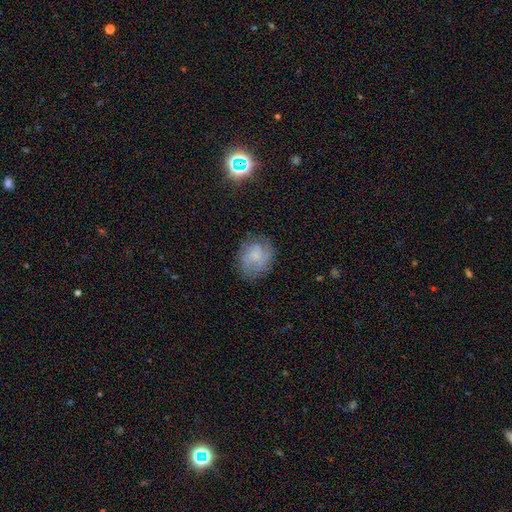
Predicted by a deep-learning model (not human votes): This appears to be a smooth galaxy with no disk features (59%) that is round (57%). Merging: none (67%).